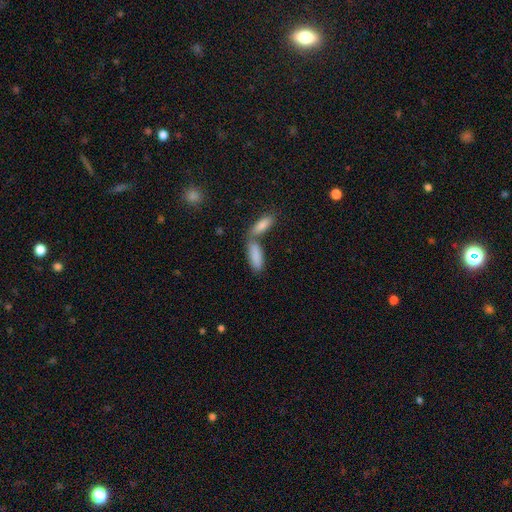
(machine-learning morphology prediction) This appears to be a smooth galaxy with no disk features (86%) that is in between round and cigar-shaped (64%). Merging: merger (46%).